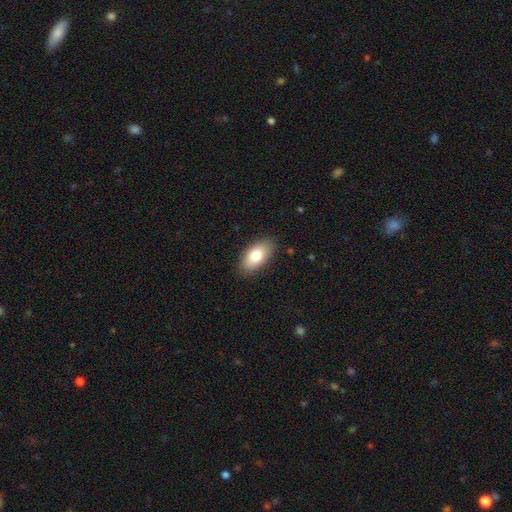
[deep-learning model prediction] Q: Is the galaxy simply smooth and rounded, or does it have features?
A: smooth — 78%.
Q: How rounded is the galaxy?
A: in between — 92%.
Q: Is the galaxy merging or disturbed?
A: none — 87%.